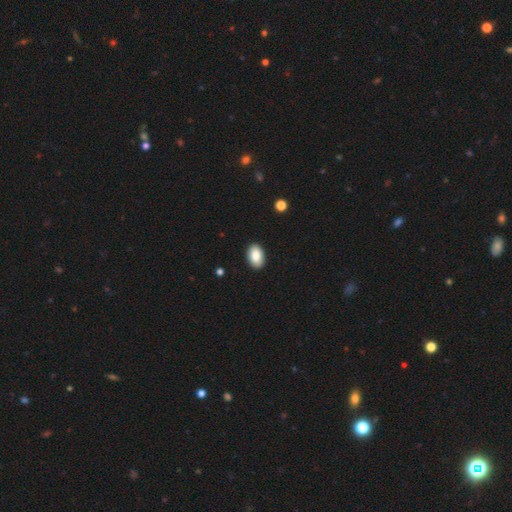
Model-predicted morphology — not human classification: smooth_or_featured: smooth (p=0.87) [alt: star or artifact p=0.07]
how_rounded: in between (p=0.92) [alt: round p=0.07]
merging: none (p=0.91) [alt: minor disturbance p=0.07]